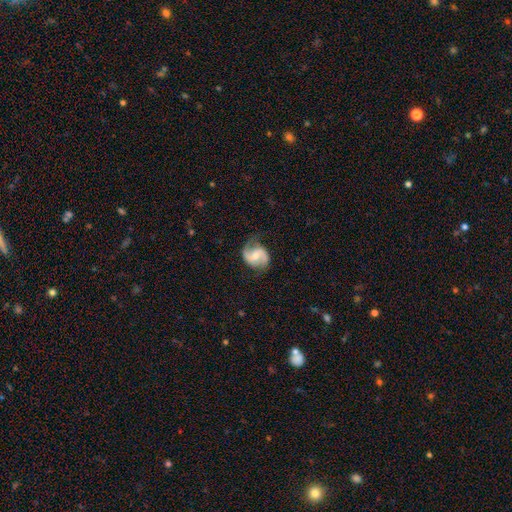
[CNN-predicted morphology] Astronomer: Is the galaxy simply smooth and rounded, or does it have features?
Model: featured or disk — 83%.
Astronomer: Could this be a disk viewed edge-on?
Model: no — 98%.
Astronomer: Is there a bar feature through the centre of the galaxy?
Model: weak — 45% (runner-up: no, 40%).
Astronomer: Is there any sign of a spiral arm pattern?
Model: yes — 96%.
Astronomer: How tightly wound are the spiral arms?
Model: medium — 48% (runner-up: loose, 36%).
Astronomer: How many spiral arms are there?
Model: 2 — 90%.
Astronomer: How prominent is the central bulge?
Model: moderate — 51% (runner-up: small, 37%).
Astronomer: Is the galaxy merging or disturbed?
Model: none — 70%.